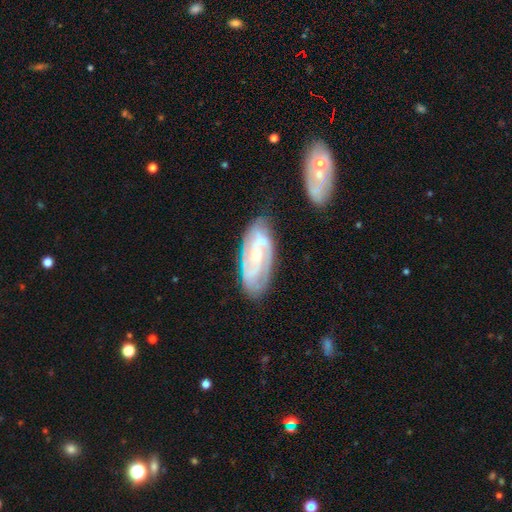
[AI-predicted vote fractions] Smooth or featured? Predicted: featured or disk (p=0.82). Edge-on disk? Predicted: no (p=0.94). Bar? Predicted: no (p=0.49). Spiral arms? Predicted: yes (p=0.95). Spiral winding? Predicted: tight (p=0.57). Spiral arm count? Predicted: 2 (p=0.58). Bulge size? Predicted: small (p=0.69). Merging? Predicted: none (p=0.75).